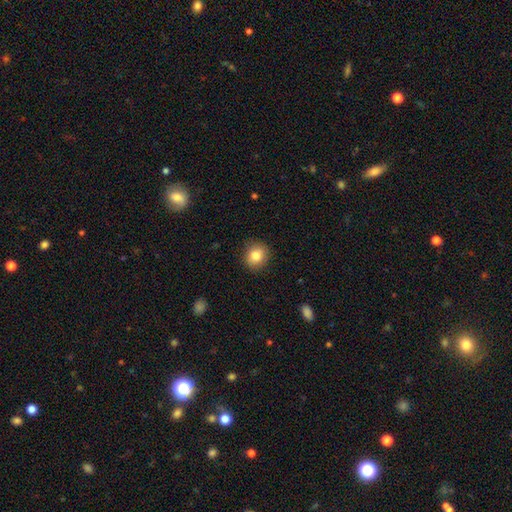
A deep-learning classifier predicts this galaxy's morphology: smooth-or-featured: smooth: 83% | star or artifact: 10% | featured or disk: 8%
  how-rounded: round: 78% | in between: 21% | cigar-shaped: 1%
  merging: none: 89% | minor disturbance: 8% | major disturbance: 2% | merger: 1%